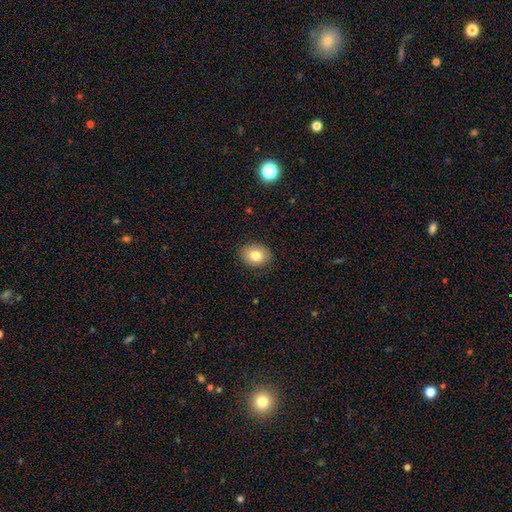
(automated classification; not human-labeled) Smooth or featured: smooth — 79% (featured or disk — 12%)
How rounded: in between — 58% (round — 41%)
Merging: none — 87% (minor disturbance — 10%)